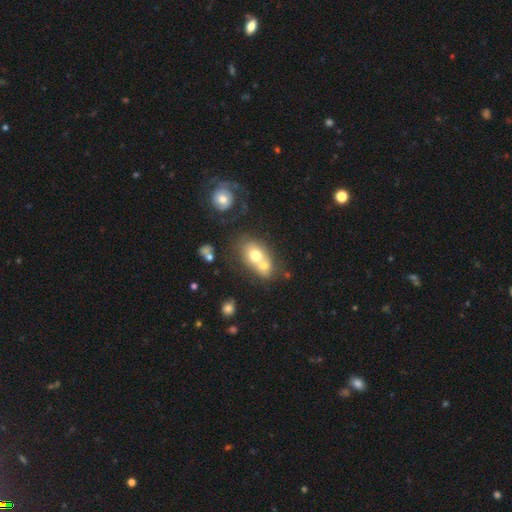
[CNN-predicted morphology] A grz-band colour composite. It shows a smooth galaxy with no disk features (64%) that is in between round and cigar-shaped (61%). Merging: merger (64%).